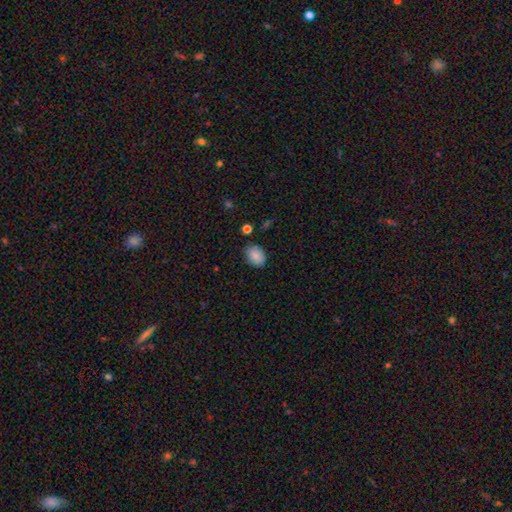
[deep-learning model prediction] Q: Smooth or featured?
A: smooth (87%); runner-up: star or artifact (8%)
Q: How rounded?
A: in between (70%); runner-up: round (29%)
Q: Merging?
A: none (83%); runner-up: minor disturbance (12%)